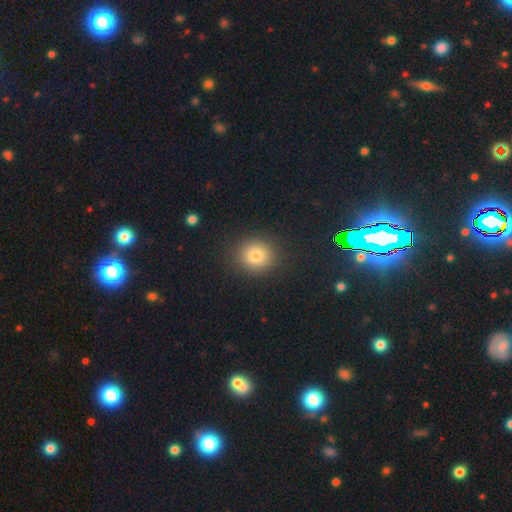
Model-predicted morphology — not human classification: smooth-or-featured: smooth: 80% | star or artifact: 13% | featured or disk: 7%
  how-rounded: round: 85% | in between: 14% | cigar-shaped: 1%
  merging: none: 90% | minor disturbance: 6% | major disturbance: 3% | merger: 1%